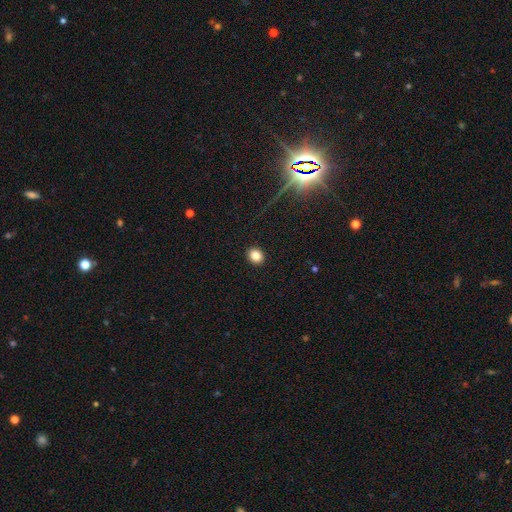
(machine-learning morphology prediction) Smooth or featured? smooth (85%)
How rounded? round (65%)
Merging? none (92%)